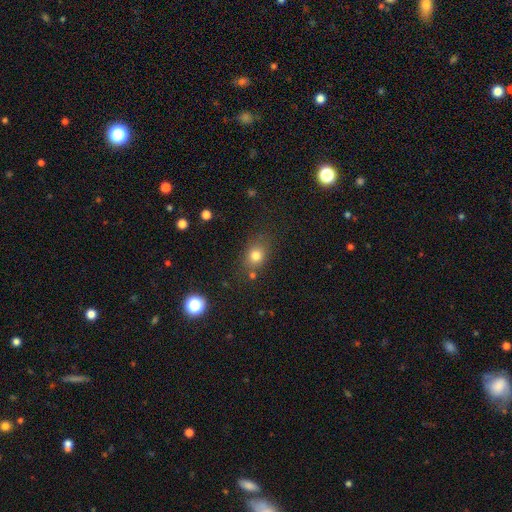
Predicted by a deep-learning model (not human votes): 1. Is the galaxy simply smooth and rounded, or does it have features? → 78% smooth, 14% star or artifact, 8% featured or disk.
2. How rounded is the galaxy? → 57% round, 42% in between, 1% cigar-shaped.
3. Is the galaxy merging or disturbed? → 72% none, 15% minor disturbance, 7% merger, 5% major disturbance.